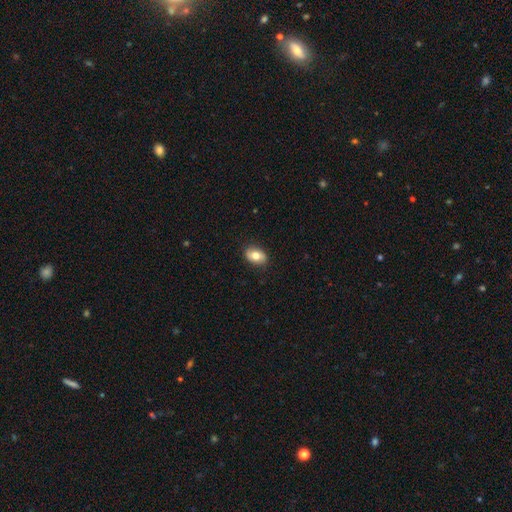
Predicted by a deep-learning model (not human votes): Morphology: type=smooth (73%); roundness=in between (82%); merging=none (86%).